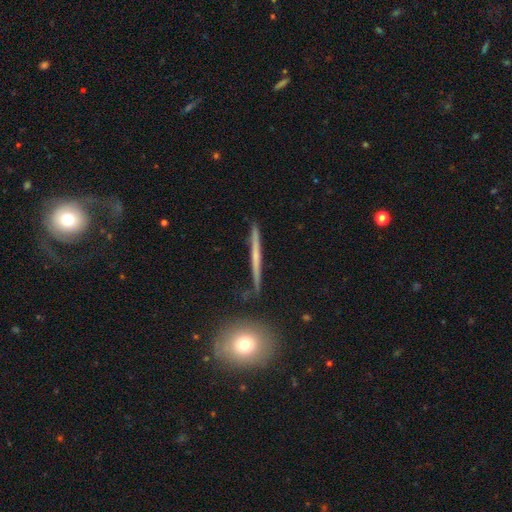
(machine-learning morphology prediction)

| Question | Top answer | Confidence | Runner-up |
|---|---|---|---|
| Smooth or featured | featured or disk | 60% | smooth (33%) |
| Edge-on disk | yes | 97% | no (3%) |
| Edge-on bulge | none | 75% | rounded (19%) |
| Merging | none | 89% | minor disturbance (7%) |